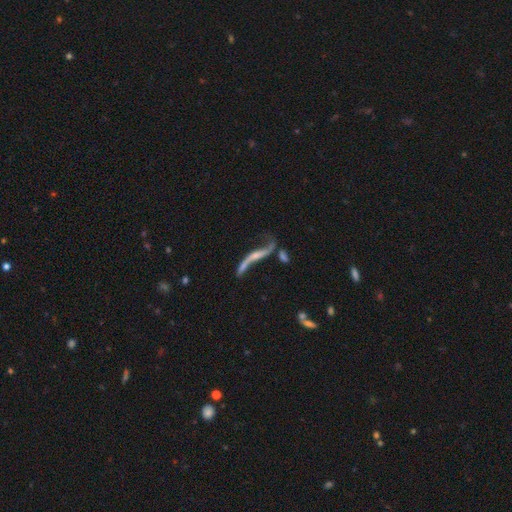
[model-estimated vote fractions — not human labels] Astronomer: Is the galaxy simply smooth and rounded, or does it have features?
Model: featured or disk — 78%.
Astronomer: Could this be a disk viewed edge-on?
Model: no — 71%.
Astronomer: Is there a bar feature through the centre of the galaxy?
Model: no — 54%.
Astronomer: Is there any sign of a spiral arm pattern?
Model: yes — 82%.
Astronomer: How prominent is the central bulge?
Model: small — 48% (runner-up: none, 28%).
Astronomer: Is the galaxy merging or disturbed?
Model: none — 42% (runner-up: major disturbance, 20%).